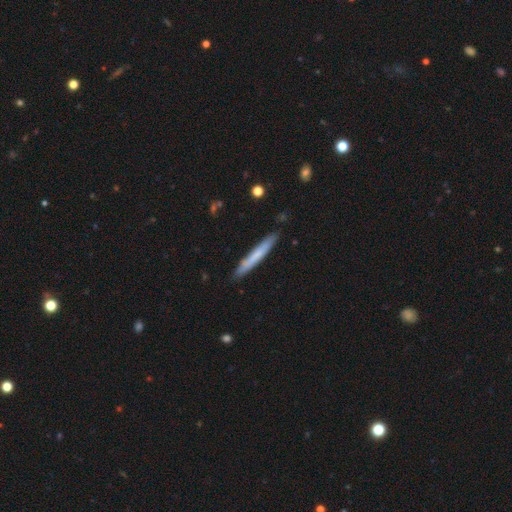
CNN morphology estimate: smooth_or_featured: smooth (p=0.66) [alt: featured or disk p=0.29]
how_rounded: cigar-shaped (p=0.96) [alt: in between p=0.03]
merging: none (p=0.87) [alt: minor disturbance p=0.10]